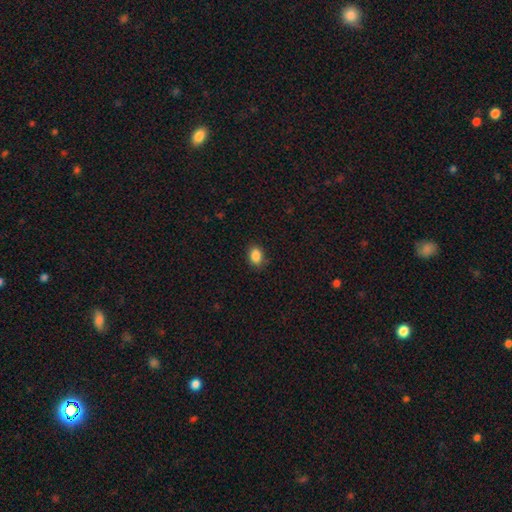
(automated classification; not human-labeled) The model was most divided on "how rounded": in between: 76%, round: 23%, cigar-shaped: 1%. More confident: smooth or featured — smooth (87%); merging — none (84%).